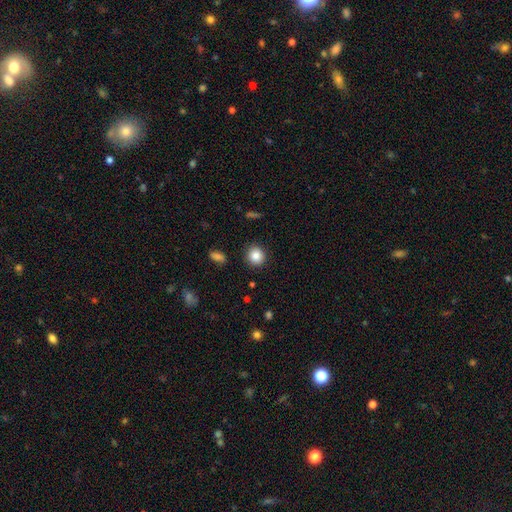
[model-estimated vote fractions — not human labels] A smooth galaxy with no disk features (85%) that is round (91%). Merging: none (90%).